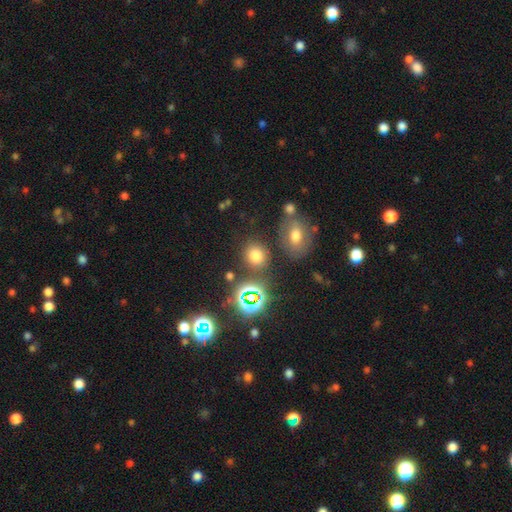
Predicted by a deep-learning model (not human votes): This is likely a smooth galaxy (66%). How rounded: likely round (67%). Merging: likely none (75%).